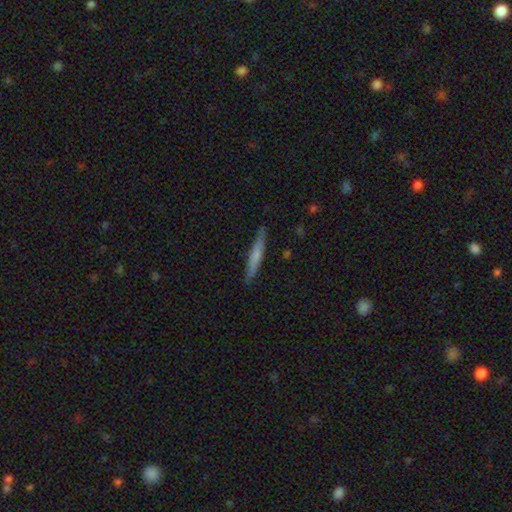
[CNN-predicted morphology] A smooth galaxy with no disk features (63%) that is cigar-shaped (95%).

Vote fractions:
- Smooth or featured? smooth: 63% / featured or disk: 31% / star or artifact: 5%
- How rounded? cigar-shaped: 95% / in between: 4% / round: 1%
- Merging? none: 87% / minor disturbance: 10% / major disturbance: 2% / merger: 1%